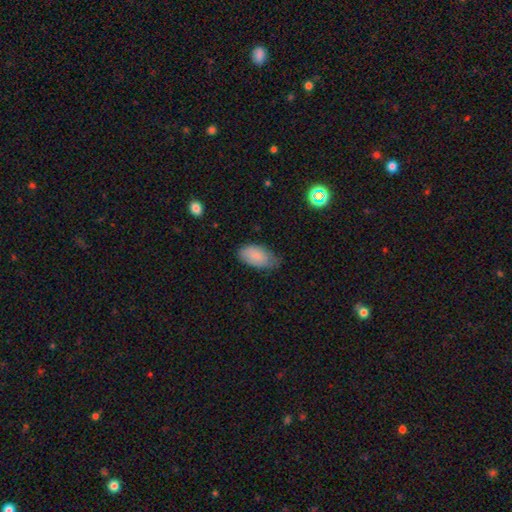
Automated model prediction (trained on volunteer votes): Smooth or featured: smooth — 85% (featured or disk — 8%)
How rounded: in between — 94% (cigar-shaped — 3%)
Merging: none — 56% (minor disturbance — 36%)